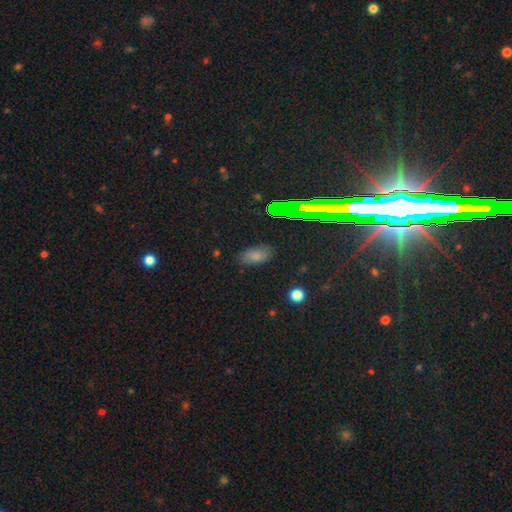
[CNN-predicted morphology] This is likely a smooth galaxy (76%). How rounded: clearly in between (91%). Merging: clearly none (81%).